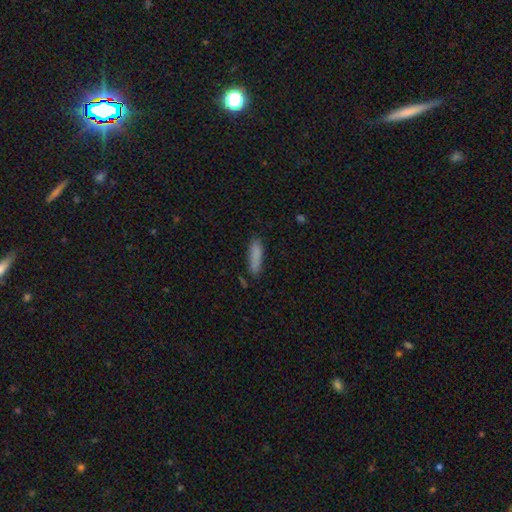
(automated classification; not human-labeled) smooth_or_featured: smooth (p=0.85) [alt: star or artifact p=0.08]
how_rounded: cigar-shaped (p=0.72) [alt: in between p=0.26]
merging: none (p=0.78) [alt: minor disturbance p=0.16]